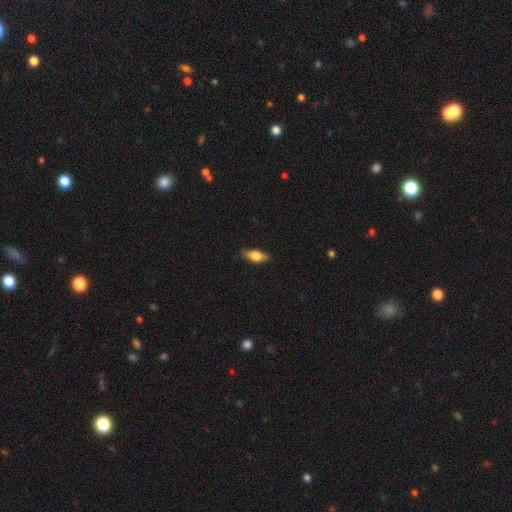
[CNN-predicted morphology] This is likely a smooth galaxy (66%). How rounded: likely in between (75%). Merging: likely none (77%).